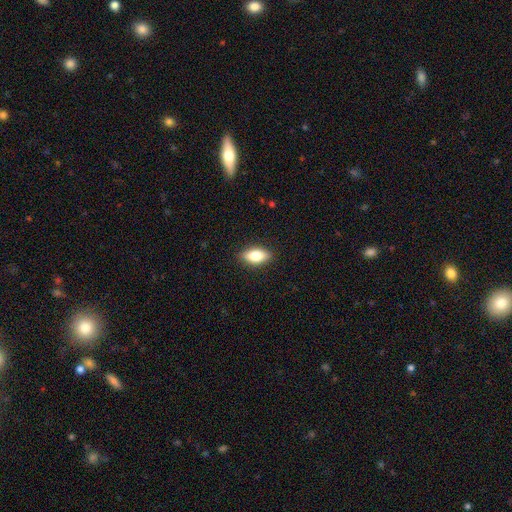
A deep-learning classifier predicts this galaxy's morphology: Smooth or featured? Predicted: smooth (p=0.78). How rounded? Predicted: in between (p=0.85). Merging? Predicted: none (p=0.88).